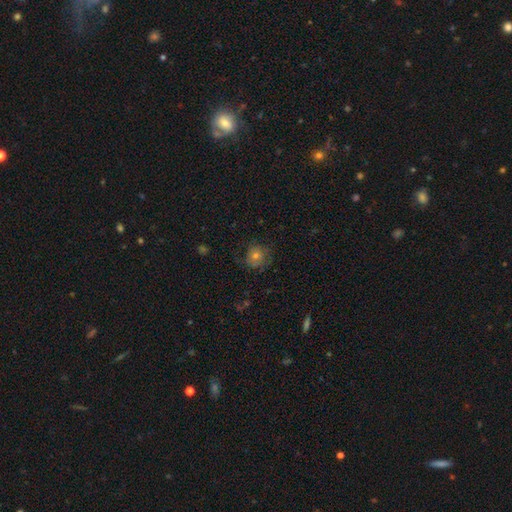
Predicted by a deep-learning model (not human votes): This is possibly a smooth galaxy (58%). How rounded: clearly round (89%). Merging: likely none (76%).